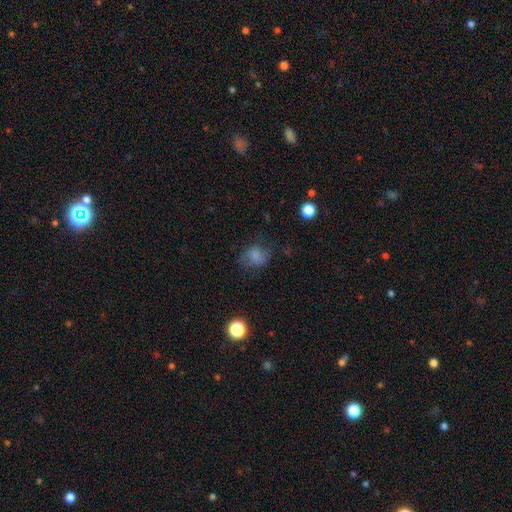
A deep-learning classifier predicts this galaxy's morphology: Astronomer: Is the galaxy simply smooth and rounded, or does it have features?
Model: smooth — 71%.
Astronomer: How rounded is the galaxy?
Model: round — 56% (runner-up: in between, 43%).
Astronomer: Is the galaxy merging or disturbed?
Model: none — 54%.